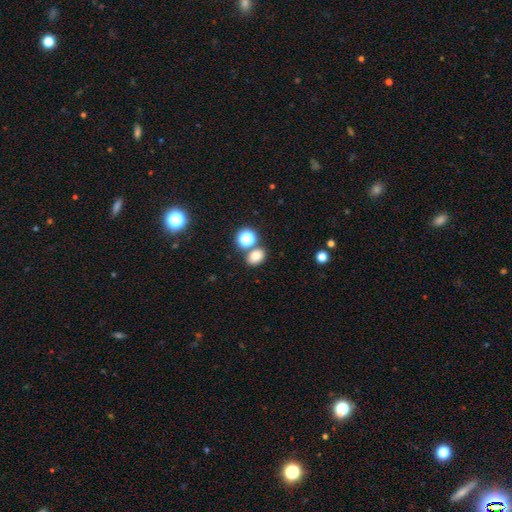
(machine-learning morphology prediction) Smooth or featured?
  - smooth: 78% *
  - star or artifact: 15%
  - featured or disk: 7%
How rounded?
  - in between: 57% *
  - round: 42%
  - cigar-shaped: 1%
Merging?
  - none: 68% *
  - merger: 19%
  - minor disturbance: 10%
  - major disturbance: 3%